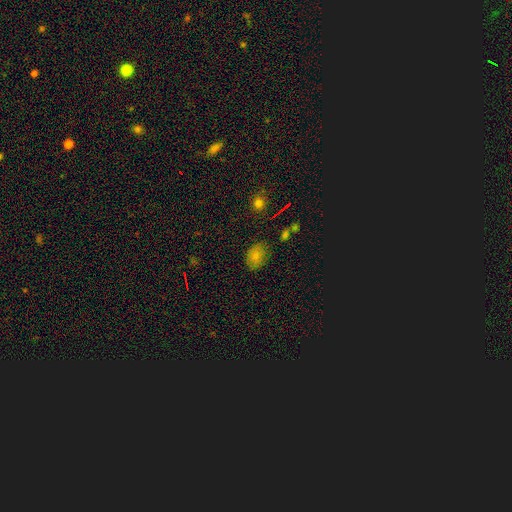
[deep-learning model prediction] Overall: smooth (78%). How rounded: in between (74%). Merging: none (76%).